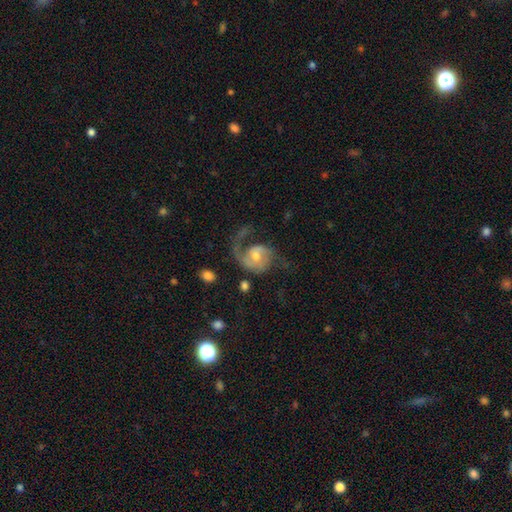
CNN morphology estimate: This appears to be a featured or disk galaxy (82%) with no bar (57%), 2 (53%) medium (43%) spiral arms (95%) and a moderate central bulge (61%). Merging: none (46%).